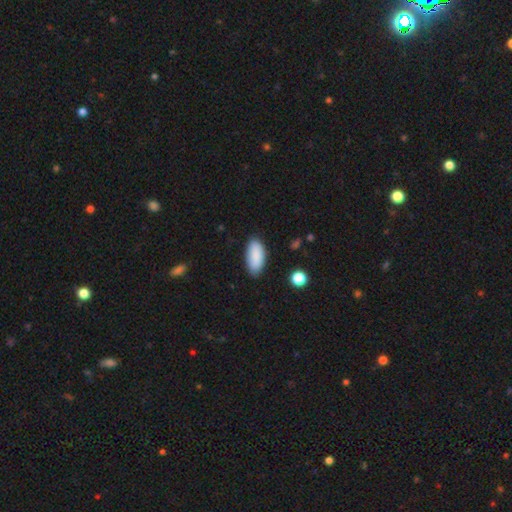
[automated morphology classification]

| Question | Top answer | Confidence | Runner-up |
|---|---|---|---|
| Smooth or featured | smooth | 88% | star or artifact (6%) |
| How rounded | in between | 91% | cigar-shaped (7%) |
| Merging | none | 84% | minor disturbance (13%) |